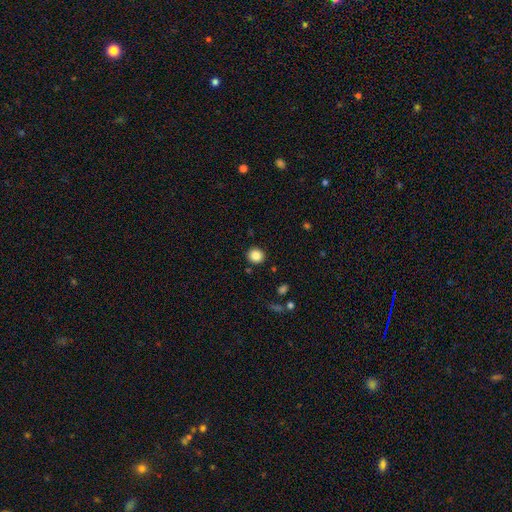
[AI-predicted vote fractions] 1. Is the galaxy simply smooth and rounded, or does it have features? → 85% smooth, 10% star or artifact, 5% featured or disk.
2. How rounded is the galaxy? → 89% round, 10% in between, 1% cigar-shaped.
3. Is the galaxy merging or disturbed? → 90% none, 6% minor disturbance, 2% major disturbance, 2% merger.